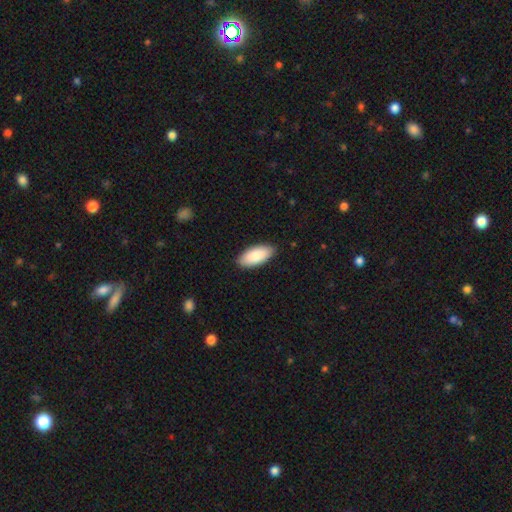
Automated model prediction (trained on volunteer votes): Overall: smooth (88%). How rounded: in between (90%). Merging: none (88%).